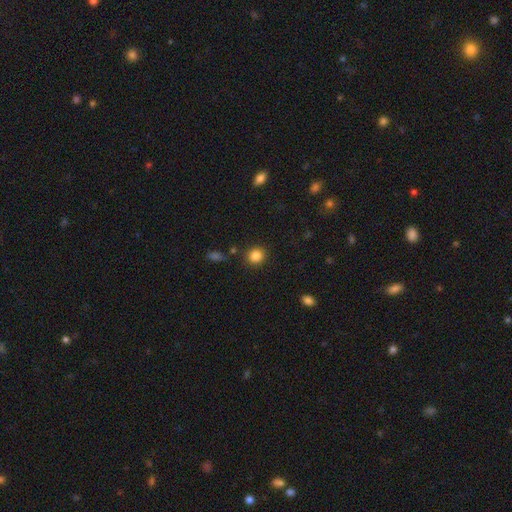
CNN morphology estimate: Q: Smooth or featured?
A: smooth (85%); runner-up: star or artifact (11%)
Q: How rounded?
A: round (87%); runner-up: in between (12%)
Q: Merging?
A: none (87%); runner-up: minor disturbance (7%)